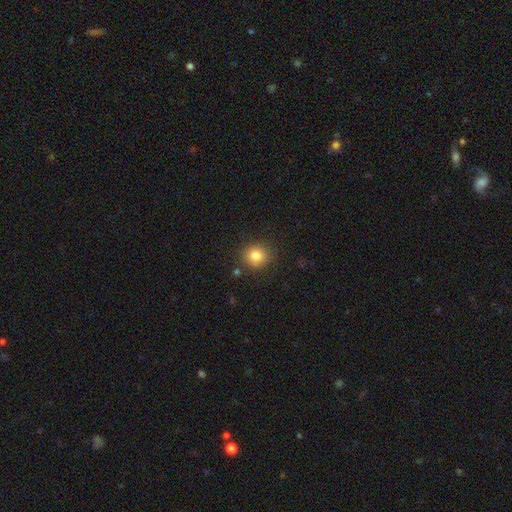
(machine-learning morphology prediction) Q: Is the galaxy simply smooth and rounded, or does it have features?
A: smooth — 82%.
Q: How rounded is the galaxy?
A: round — 84%.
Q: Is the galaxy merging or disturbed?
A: none — 85%.